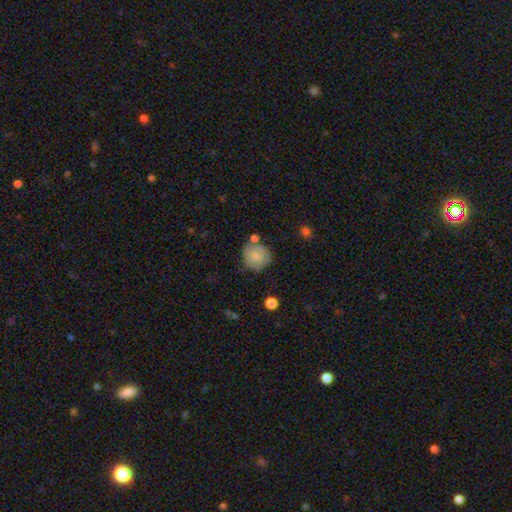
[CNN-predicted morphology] The model was most divided on "merging": none: 61%, minor disturbance: 21%, merger: 11%, major disturbance: 7%. More confident: how rounded — round (87%); smooth or featured — smooth (68%).